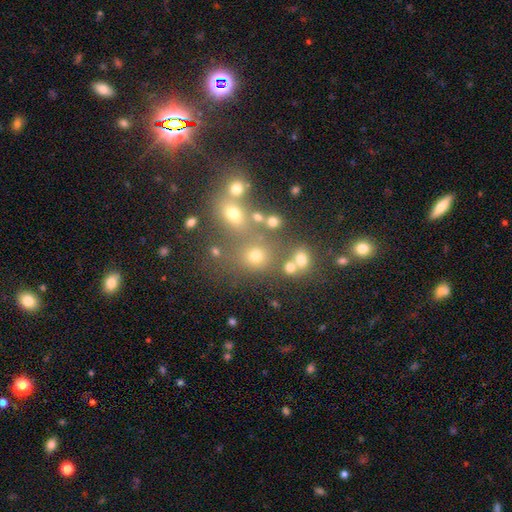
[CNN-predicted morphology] smooth-or-featured: smooth: 69% | star or artifact: 21% | featured or disk: 11%
  how-rounded: round: 78% | in between: 20% | cigar-shaped: 1%
  merging: none: 59% | merger: 23% | minor disturbance: 10% | major disturbance: 7%